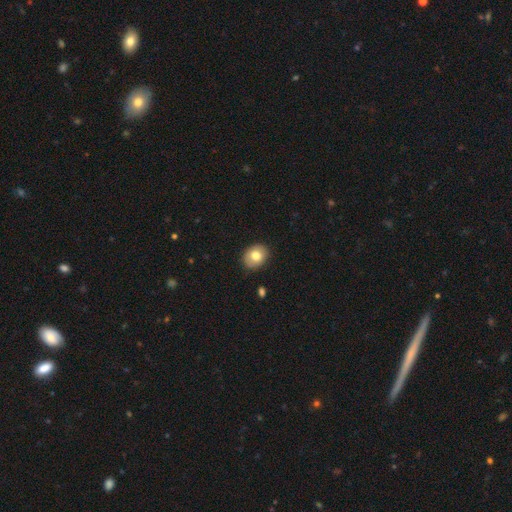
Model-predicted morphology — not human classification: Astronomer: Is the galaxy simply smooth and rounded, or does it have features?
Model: smooth — 78%.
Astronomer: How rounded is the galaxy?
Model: round — 52% (runner-up: in between, 47%).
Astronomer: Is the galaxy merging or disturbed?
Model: none — 87%.